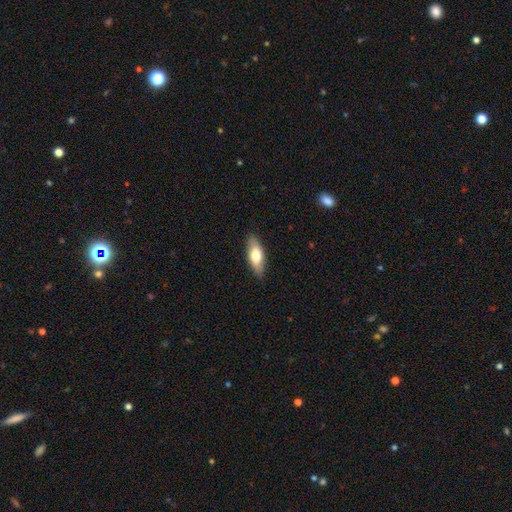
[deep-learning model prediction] The model was most divided on "smooth or featured": smooth: 69%, featured or disk: 25%, star or artifact: 6%. More confident: merging — none (86%); how rounded — in between (73%).